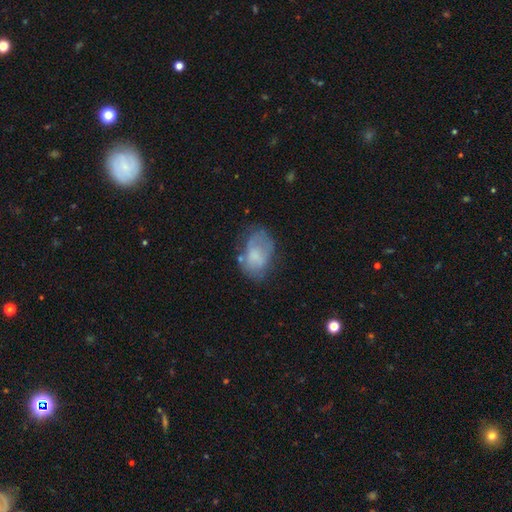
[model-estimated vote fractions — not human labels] smooth-or-featured: smooth: 56% | featured or disk: 35% | star or artifact: 9%
  how-rounded: in between: 82% | round: 17% | cigar-shaped: 1%
  merging: none: 44% | minor disturbance: 30% | major disturbance: 21% | merger: 5%